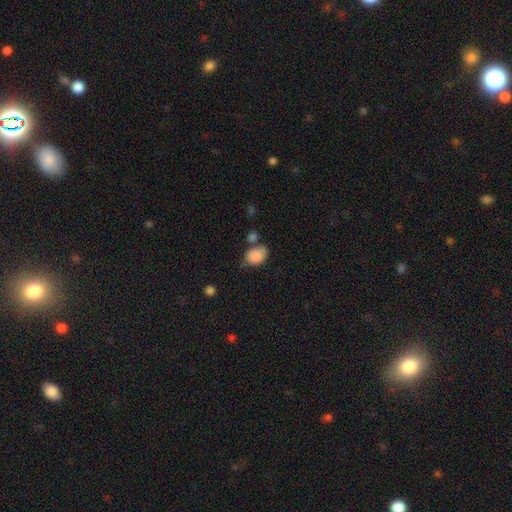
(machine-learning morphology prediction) Smooth or featured? smooth (86%)
How rounded? in between (70%)
Merging? none (48%)